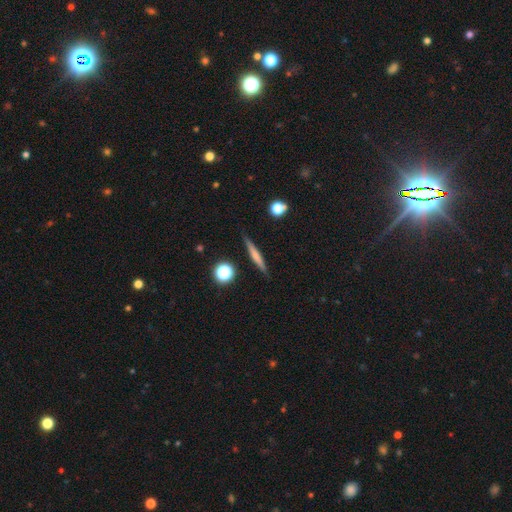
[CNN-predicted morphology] Smooth or featured? Predicted: smooth (p=0.53). How rounded? Predicted: cigar-shaped (p=0.91). Merging? Predicted: none (p=0.88).